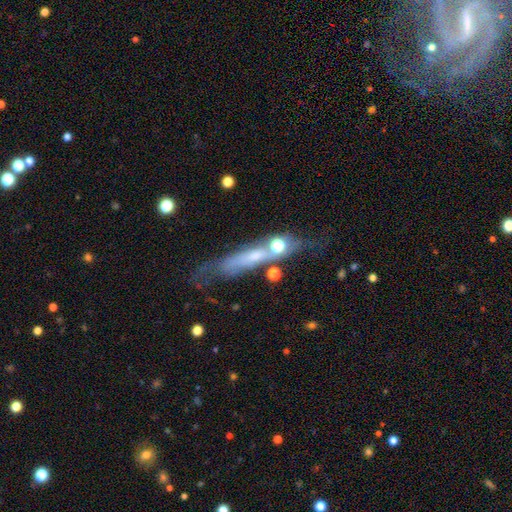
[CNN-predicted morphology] The model was most divided on "smooth or featured": featured or disk: 53%, smooth: 35%, star or artifact: 12%. Remaining: edge-on disk — yes (65%); merging — none (49%).